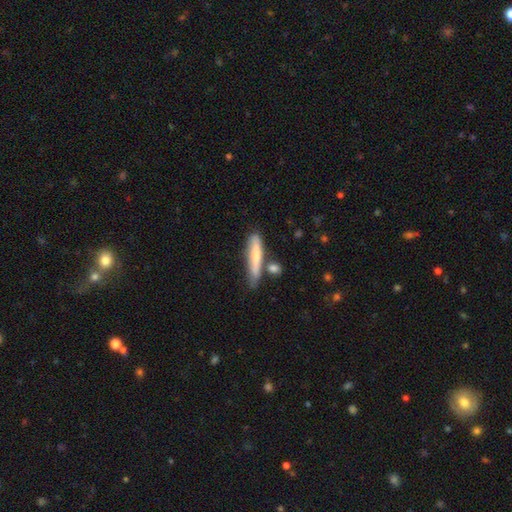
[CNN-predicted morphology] Smooth or featured? Predicted: smooth (p=0.62). How rounded? Predicted: cigar-shaped (p=0.84). Merging? Predicted: none (p=0.60).